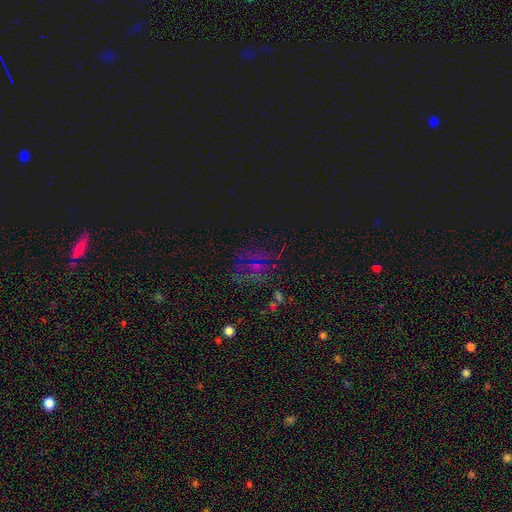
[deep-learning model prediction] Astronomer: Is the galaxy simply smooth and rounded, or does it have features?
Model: star or artifact — 59%.